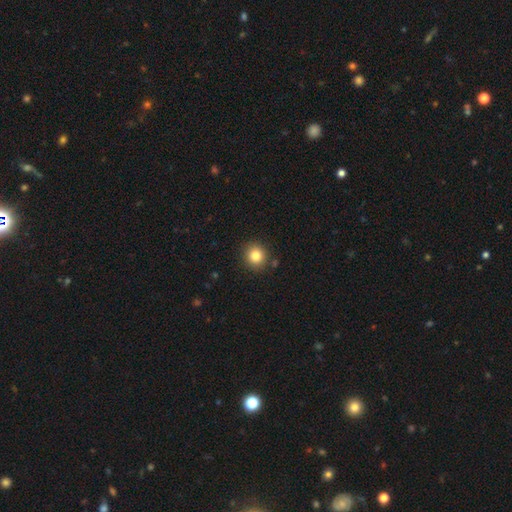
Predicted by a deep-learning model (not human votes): Q: Smooth or featured?
A: smooth (83%); runner-up: star or artifact (11%)
Q: How rounded?
A: round (89%); runner-up: in between (10%)
Q: Merging?
A: none (88%); runner-up: minor disturbance (7%)